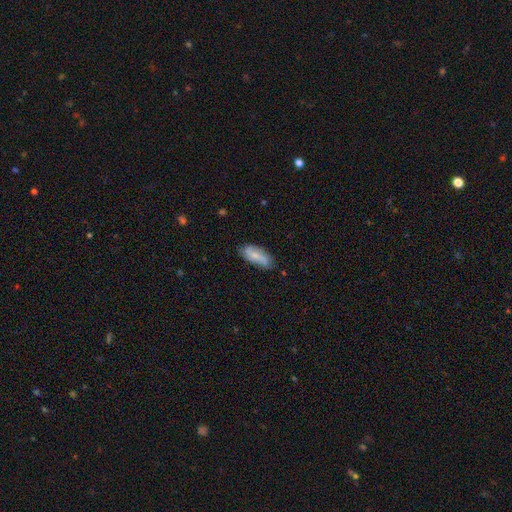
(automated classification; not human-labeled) Overall: smooth (55%; featured or disk 38%). How rounded: in between (76%). Merging: none (75%).